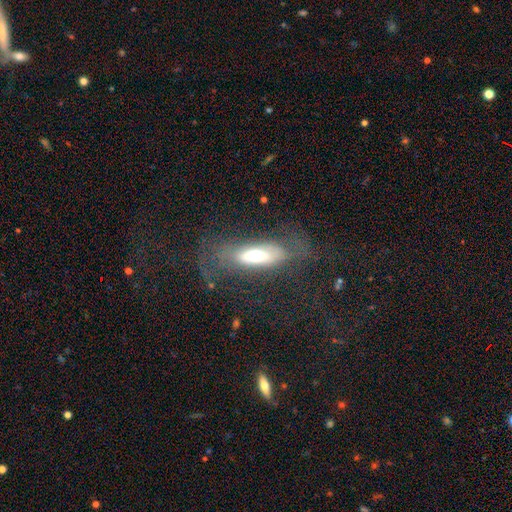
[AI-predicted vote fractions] Morphology: type=featured or disk (48%); merging=none (56%).